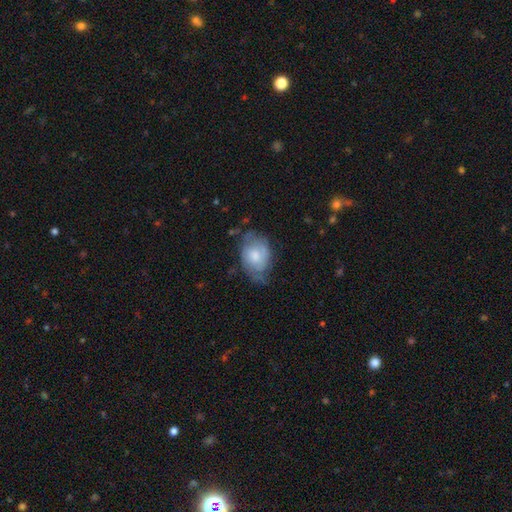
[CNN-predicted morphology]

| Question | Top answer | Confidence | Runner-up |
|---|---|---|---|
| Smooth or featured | smooth | 55% | featured or disk (39%) |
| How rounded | in between | 79% | round (19%) |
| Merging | none | 43% | minor disturbance (38%) |